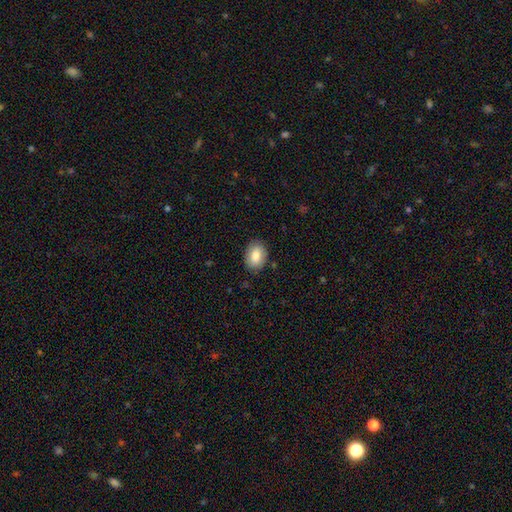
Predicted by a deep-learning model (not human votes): A smooth galaxy with no disk features (81%) that is in between round and cigar-shaped (78%).

Vote fractions:
- Smooth or featured? smooth: 81% / featured or disk: 12% / star or artifact: 7%
- How rounded? in between: 78% / round: 20% / cigar-shaped: 1%
- Merging? none: 85% / minor disturbance: 11% / major disturbance: 3% / merger: 1%